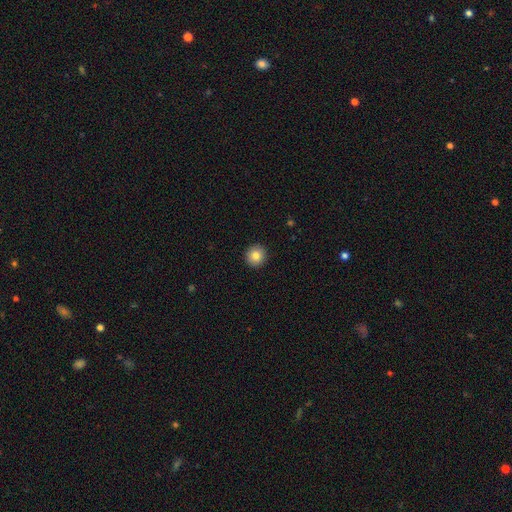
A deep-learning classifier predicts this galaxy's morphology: smooth-or-featured: smooth: 82% | star or artifact: 10% | featured or disk: 9%
  how-rounded: round: 95% | in between: 4% | cigar-shaped: 1%
  merging: none: 93% | minor disturbance: 4% | major disturbance: 1% | merger: 1%